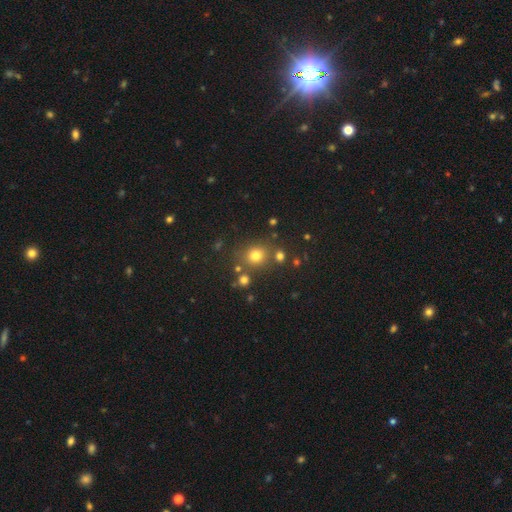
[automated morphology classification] Q: Smooth or featured?
A: smooth (74%); runner-up: star or artifact (18%)
Q: How rounded?
A: round (82%); runner-up: in between (17%)
Q: Merging?
A: none (76%); runner-up: merger (10%)